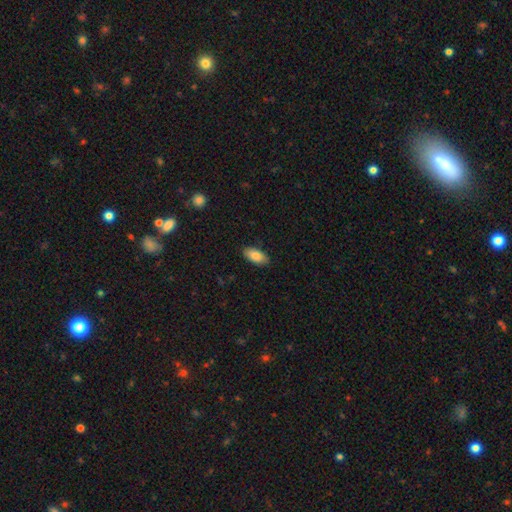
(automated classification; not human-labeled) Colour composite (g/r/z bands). It shows a smooth galaxy with no disk features (84%) that is in between round and cigar-shaped (92%). Merging: none (87%).